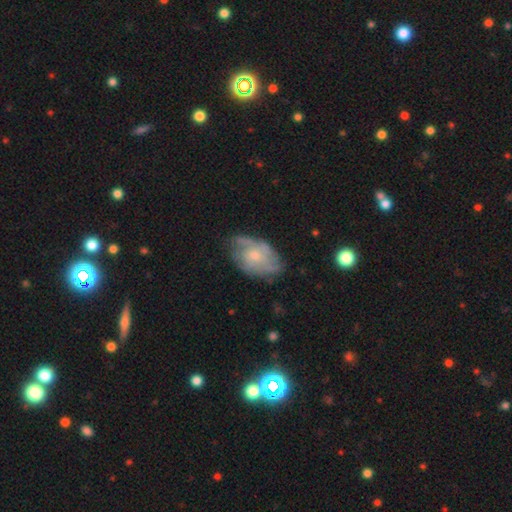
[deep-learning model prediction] A featured or disk galaxy (66%) with no bar (76%), spiral arms (78%) and a small central bulge (58%). Merging: none (58%).